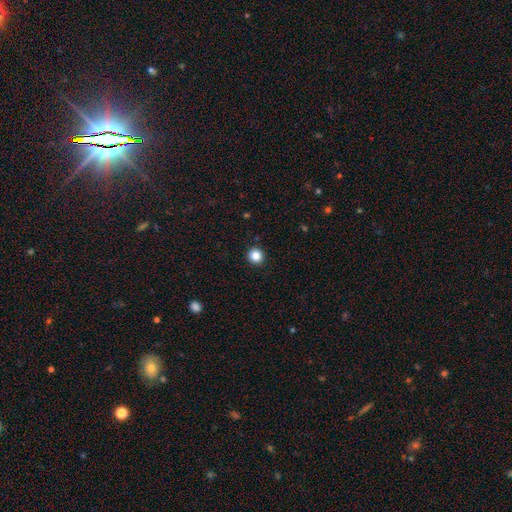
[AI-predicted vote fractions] Smooth or featured: smooth — 85% (star or artifact — 11%)
How rounded: round — 93% (in between — 6%)
Merging: none — 93% (minor disturbance — 4%)